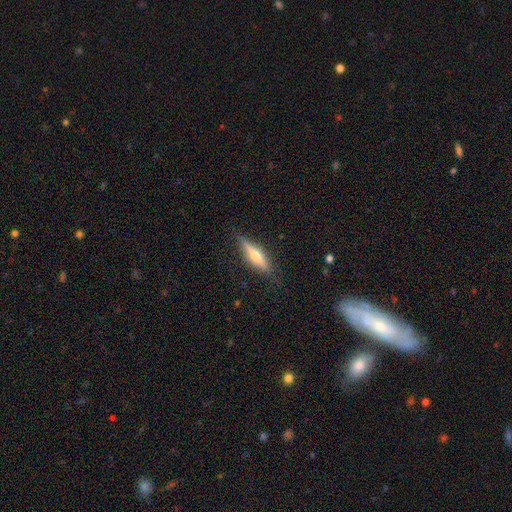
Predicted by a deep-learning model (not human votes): This is possibly a featured or disk galaxy (57%). It is clearly viewed edge-on (94%). Edge-on bulge: clearly rounded (87%). Merging: clearly none (83%).